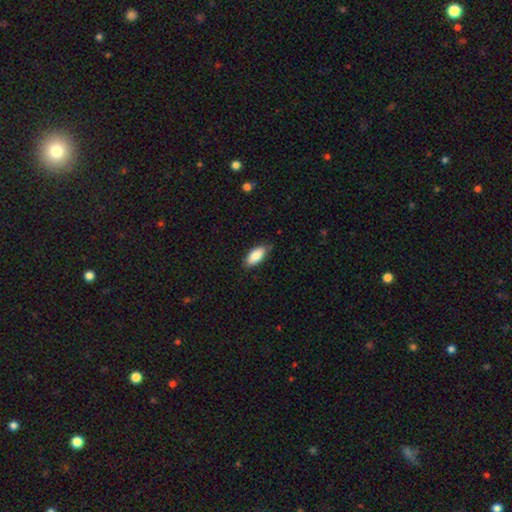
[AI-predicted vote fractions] A smooth galaxy with no disk features (86%) that is in between round and cigar-shaped (86%). Merging: none (82%).